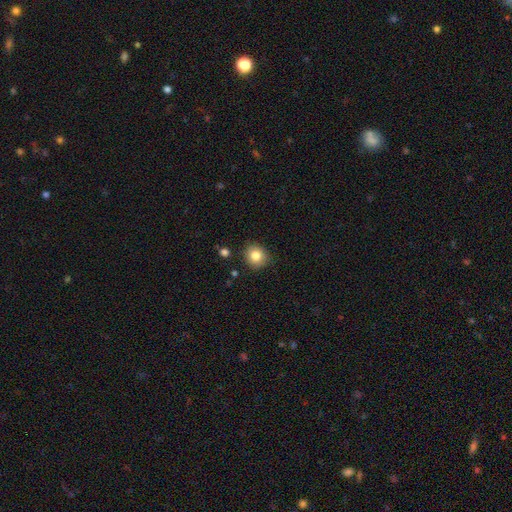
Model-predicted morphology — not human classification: This is clearly a smooth galaxy (82%). How rounded: clearly round (84%). Merging: clearly none (88%).